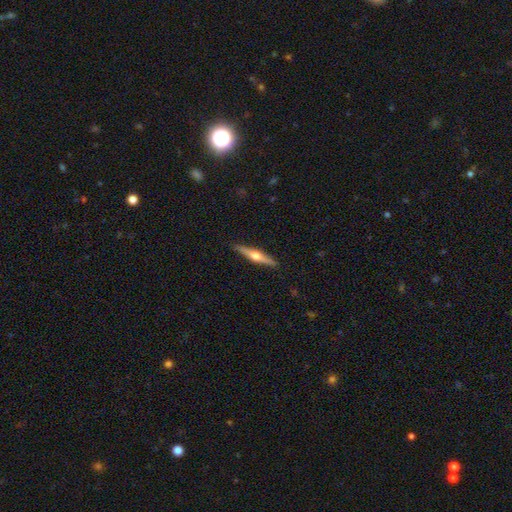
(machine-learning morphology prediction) Overall: featured or disk (70%). Edge-on disk: yes (98%). Edge-on bulge: rounded (94%). Merging: none (91%).